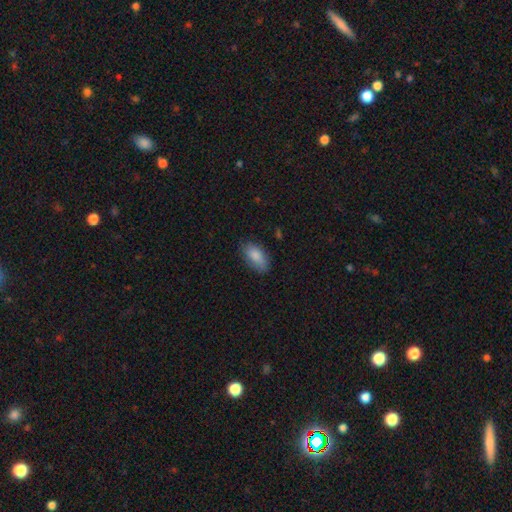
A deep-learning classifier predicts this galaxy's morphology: Smooth or featured?
  - smooth: 85% *
  - featured or disk: 8%
  - star or artifact: 7%
How rounded?
  - in between: 92% *
  - cigar-shaped: 5%
  - round: 4%
Merging?
  - none: 74% *
  - minor disturbance: 20%
  - major disturbance: 4%
  - merger: 1%